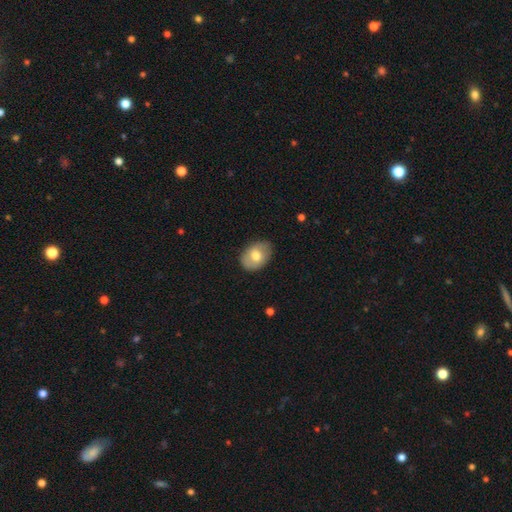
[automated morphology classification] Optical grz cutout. It shows a smooth galaxy with no disk features (70%) that is in between round and cigar-shaped (74%). Merging: none (80%).